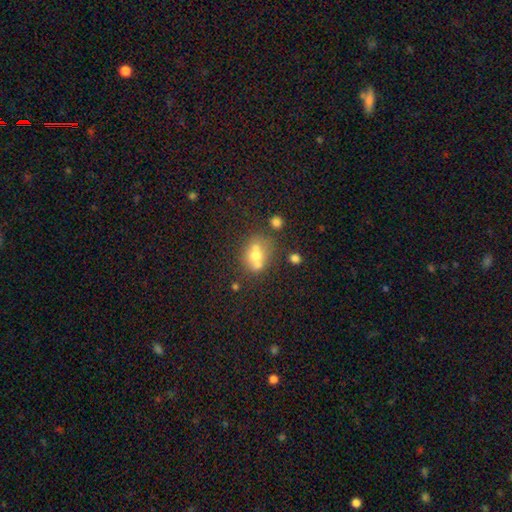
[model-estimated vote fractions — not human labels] Smooth or featured?
  - smooth: 59% *
  - featured or disk: 27%
  - star or artifact: 14%
How rounded?
  - round: 58% *
  - in between: 40%
  - cigar-shaped: 1%
Merging?
  - merger: 48% *
  - none: 36%
  - minor disturbance: 11%
  - major disturbance: 5%